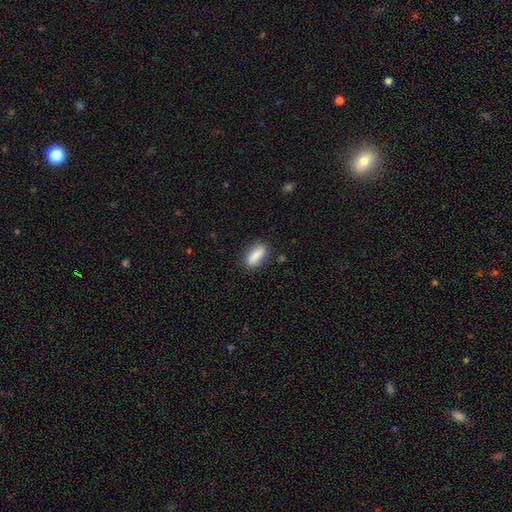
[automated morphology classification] smooth-or-featured: smooth: 83% | featured or disk: 10% | star or artifact: 7%
  how-rounded: in between: 74% | cigar-shaped: 23% | round: 3%
  merging: none: 84% | minor disturbance: 12% | major disturbance: 3% | merger: 2%